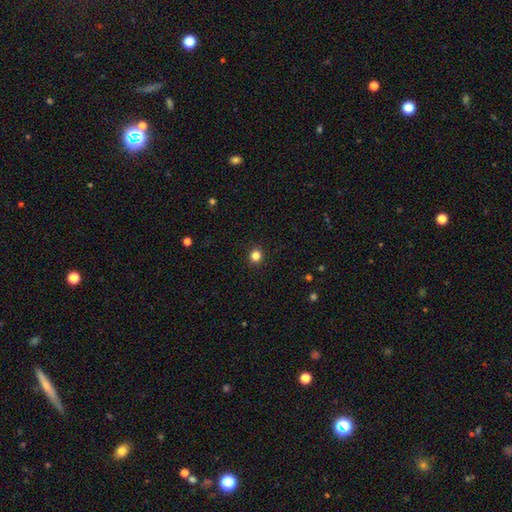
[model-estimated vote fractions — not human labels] The model was most divided on "smooth or featured": smooth: 83%, star or artifact: 13%, featured or disk: 4%. More confident: merging — none (92%); how rounded — round (88%).